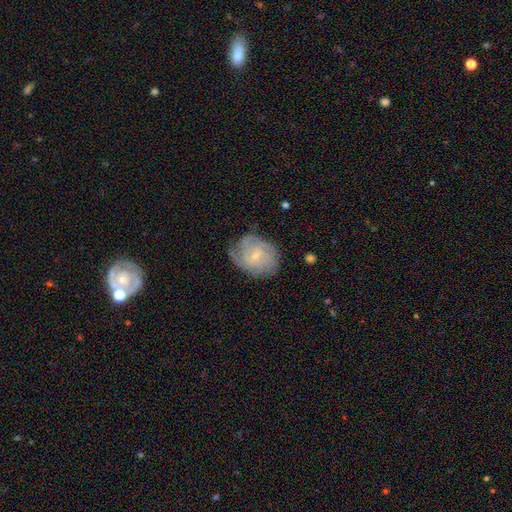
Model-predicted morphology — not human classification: This is likely a featured or disk galaxy (75%). It is clearly not viewed edge-on (98%). Bar: likely no (64%). Spiral arm pattern: clearly yes (92%). Spiral arm count: marginally can't tell (38%). Spiral winding: likely tight (63%). Central bulge: likely small (75%). Merging: likely none (67%).